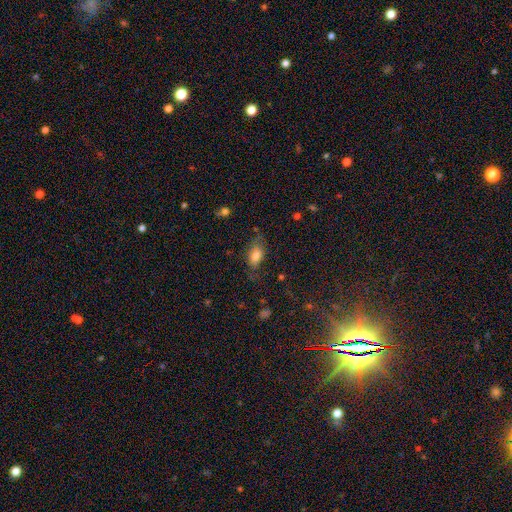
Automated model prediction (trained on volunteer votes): smooth 76%, featured or disk 15%, star or artifact 10%. Down the decision tree: how rounded — in between (88%); merging — none (60%).